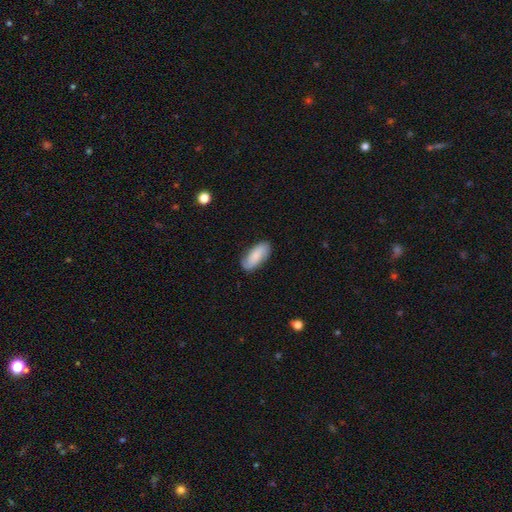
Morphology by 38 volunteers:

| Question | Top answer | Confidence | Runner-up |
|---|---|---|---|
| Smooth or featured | smooth | 74% | featured or disk (16%) |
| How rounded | in between | 86% | cigar-shaped (14%) |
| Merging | none | 82% | minor disturbance (12%) |